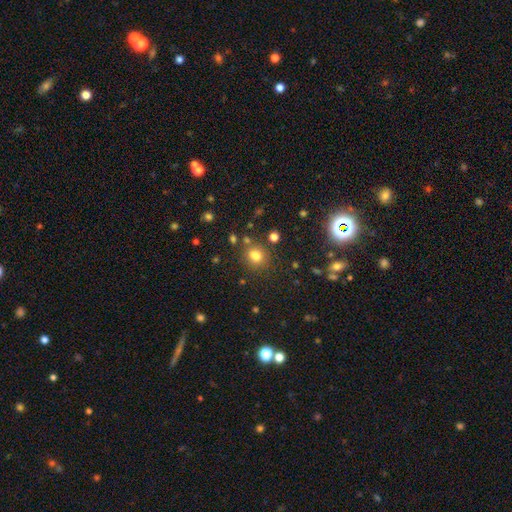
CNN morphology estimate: smooth_or_featured: smooth (p=0.77) [alt: star or artifact p=0.16]
how_rounded: round (p=0.73) [alt: in between p=0.26]
merging: none (p=0.75) [alt: minor disturbance p=0.12]